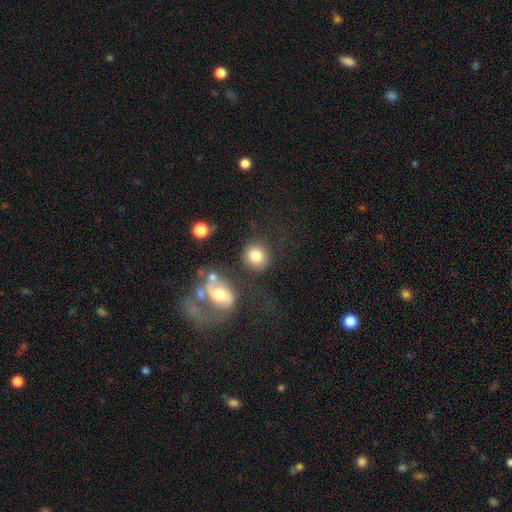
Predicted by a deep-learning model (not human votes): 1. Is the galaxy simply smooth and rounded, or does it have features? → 82% smooth, 9% featured or disk, 9% star or artifact.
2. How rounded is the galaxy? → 83% round, 16% in between, 1% cigar-shaped.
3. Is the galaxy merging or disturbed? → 74% none, 12% minor disturbance, 9% merger, 6% major disturbance.